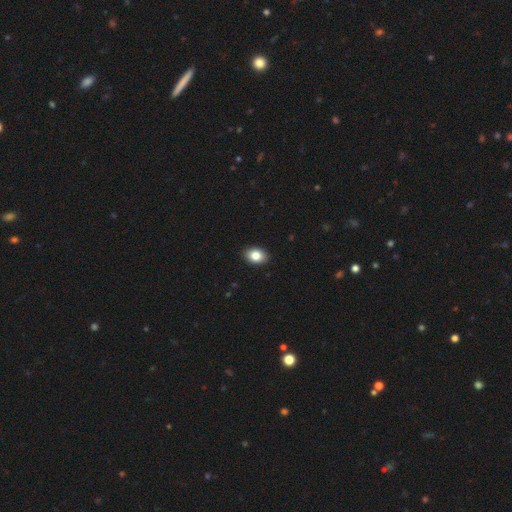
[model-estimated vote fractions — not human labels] smooth_or_featured: smooth (p=0.84) [alt: star or artifact p=0.09]
how_rounded: in between (p=0.73) [alt: round p=0.26]
merging: none (p=0.91) [alt: minor disturbance p=0.07]